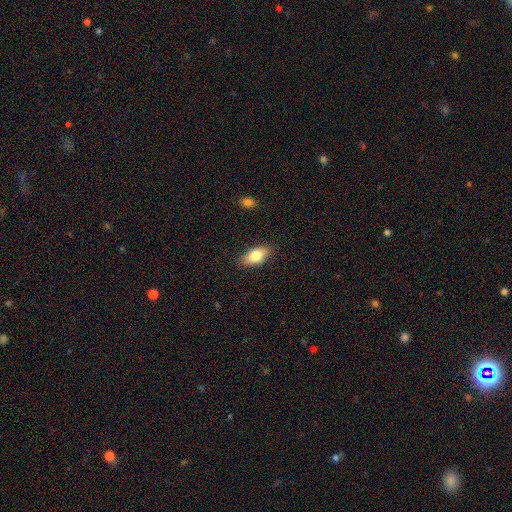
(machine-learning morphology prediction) Smooth or featured?
  - smooth: 78% *
  - featured or disk: 15%
  - star or artifact: 7%
How rounded?
  - in between: 87% *
  - cigar-shaped: 8%
  - round: 5%
Merging?
  - none: 86% *
  - minor disturbance: 11%
  - major disturbance: 2%
  - merger: 1%